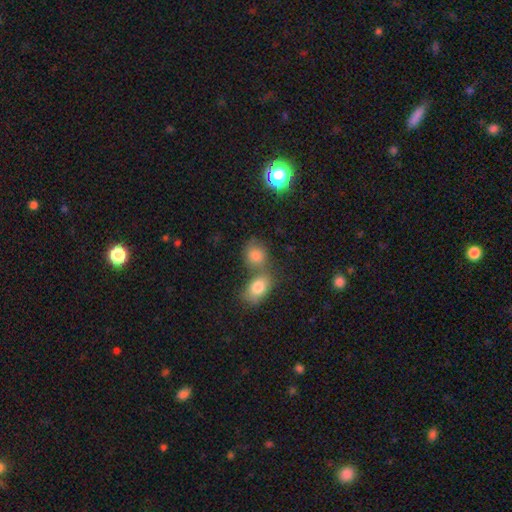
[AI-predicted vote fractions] This appears to be a smooth galaxy with no disk features (78%) that is round (57%). Merging: none (44%).